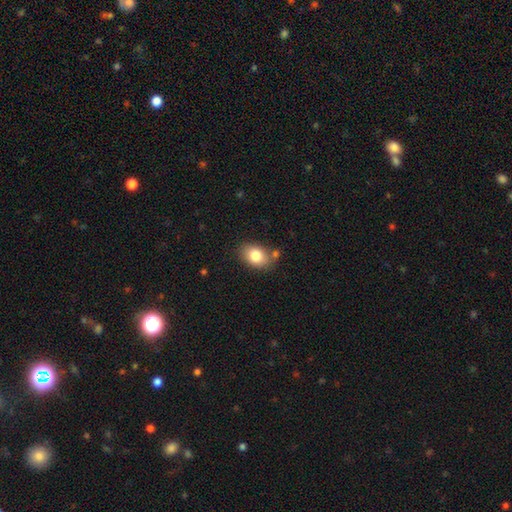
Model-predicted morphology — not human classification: This is clearly a smooth galaxy (81%). How rounded: likely in between (79%). Merging: likely none (72%).